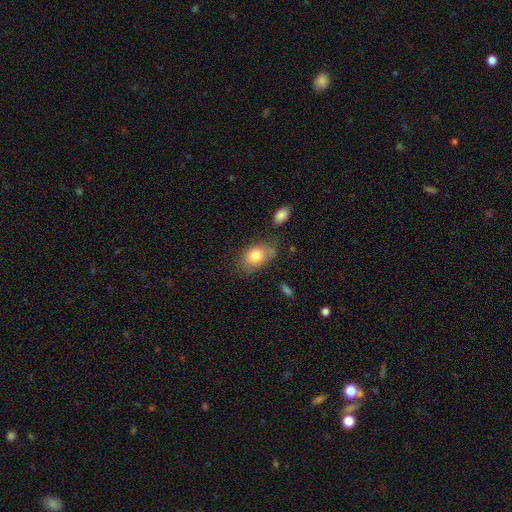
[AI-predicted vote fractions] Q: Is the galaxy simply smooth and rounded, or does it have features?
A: smooth — 78%.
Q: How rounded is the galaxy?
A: in between — 75%.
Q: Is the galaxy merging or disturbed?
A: none — 59%.